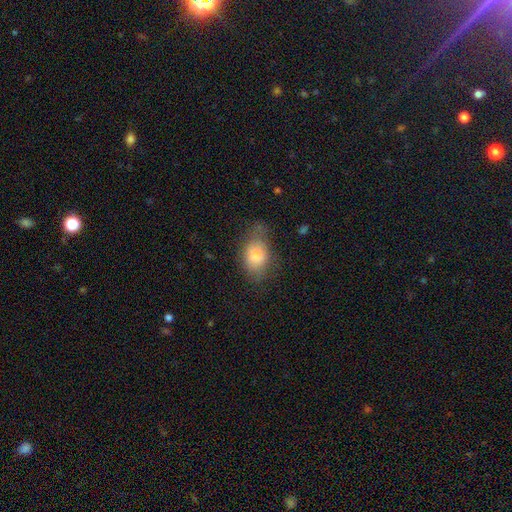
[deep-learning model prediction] Smooth or featured: smooth — 79% (featured or disk — 13%)
How rounded: in between — 79% (round — 20%)
Merging: none — 47% (minor disturbance — 34%)